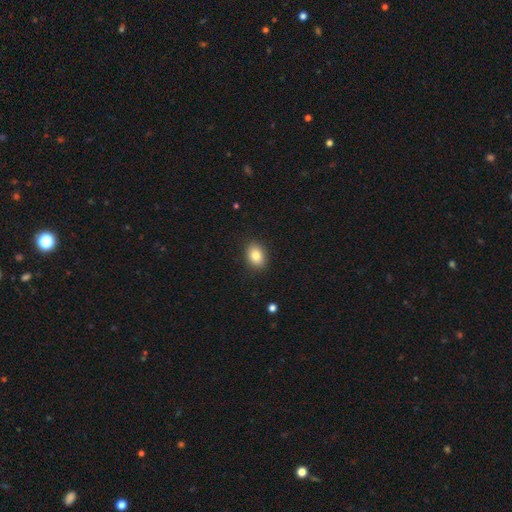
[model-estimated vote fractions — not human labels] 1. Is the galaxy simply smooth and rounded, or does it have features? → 83% smooth, 9% star or artifact, 8% featured or disk.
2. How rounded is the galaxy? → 69% in between, 30% round, 1% cigar-shaped.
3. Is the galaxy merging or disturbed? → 89% none, 8% minor disturbance, 2% major disturbance, 1% merger.